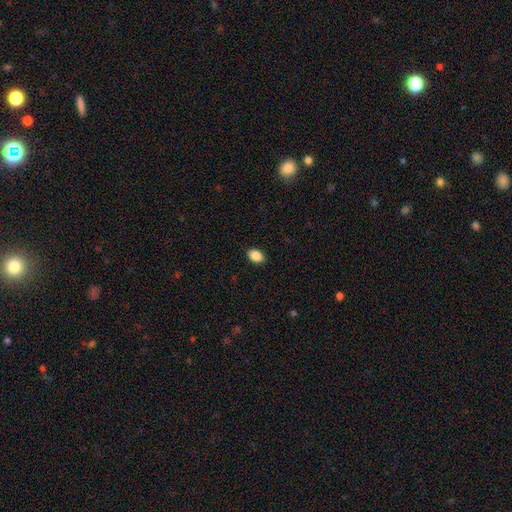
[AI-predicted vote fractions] A smooth galaxy with no disk features (88%) that is in between round and cigar-shaped (81%).

Vote fractions:
- Smooth or featured? smooth: 88% / star or artifact: 8% / featured or disk: 4%
- How rounded? in between: 81% / round: 18% / cigar-shaped: 1%
- Merging? none: 90% / minor disturbance: 8% / major disturbance: 2% / merger: 1%